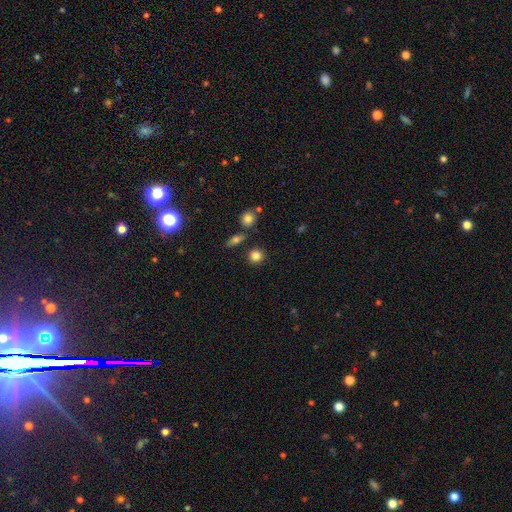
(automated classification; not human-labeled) Smooth or featured?
  - smooth: 82% *
  - star or artifact: 11%
  - featured or disk: 7%
How rounded?
  - round: 88% *
  - in between: 10%
  - cigar-shaped: 1%
Merging?
  - none: 85% *
  - minor disturbance: 7%
  - merger: 5%
  - major disturbance: 2%